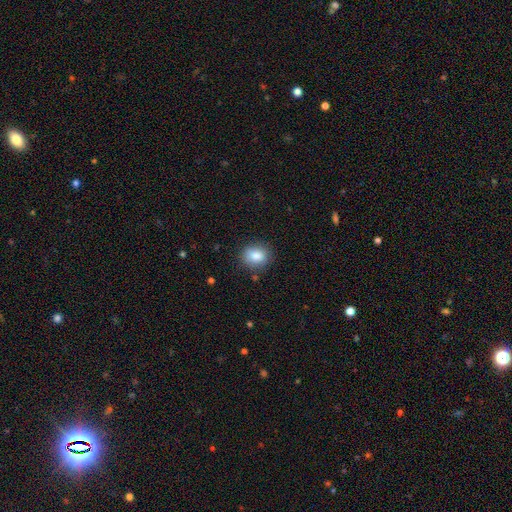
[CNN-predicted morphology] This appears to be a smooth galaxy with no disk features (85%) that is round (58%). Merging: none (83%).